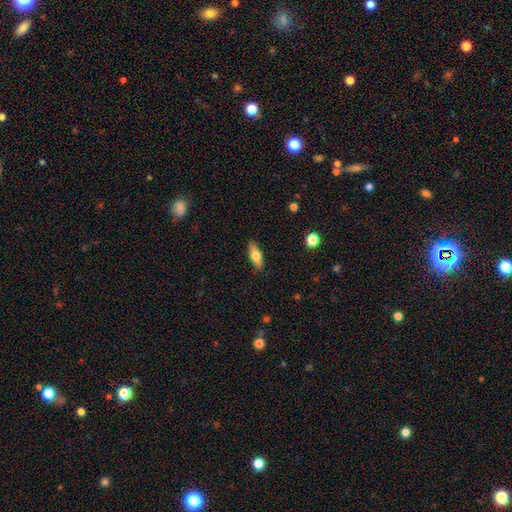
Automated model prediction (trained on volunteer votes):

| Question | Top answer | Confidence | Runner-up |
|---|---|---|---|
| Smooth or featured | smooth | 66% | featured or disk (28%) |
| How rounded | in between | 65% | cigar-shaped (32%) |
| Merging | none | 88% | minor disturbance (9%) |